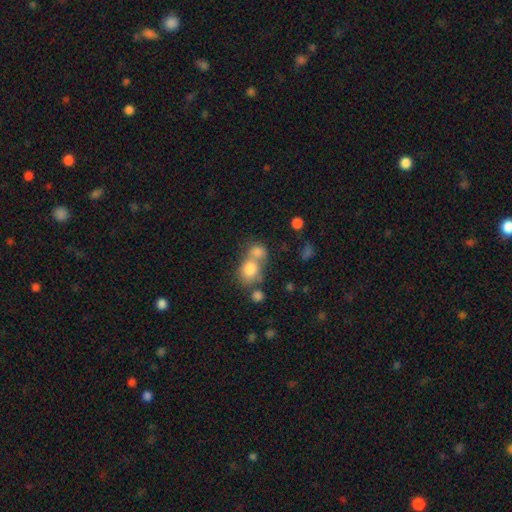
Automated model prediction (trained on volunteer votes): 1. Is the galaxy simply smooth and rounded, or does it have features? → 77% smooth, 12% featured or disk, 11% star or artifact.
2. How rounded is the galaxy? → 62% round, 37% in between, 1% cigar-shaped.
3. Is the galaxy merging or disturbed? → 57% merger, 30% none, 8% minor disturbance, 4% major disturbance.